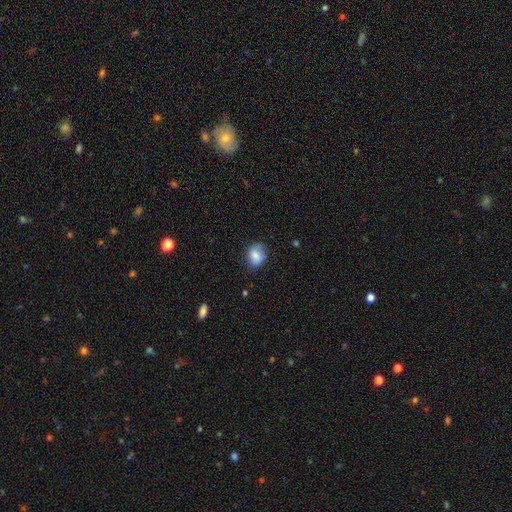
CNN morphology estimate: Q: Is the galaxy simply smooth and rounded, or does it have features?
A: smooth — 80%.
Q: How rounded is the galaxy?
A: round — 54%.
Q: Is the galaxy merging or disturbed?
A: none — 72%.